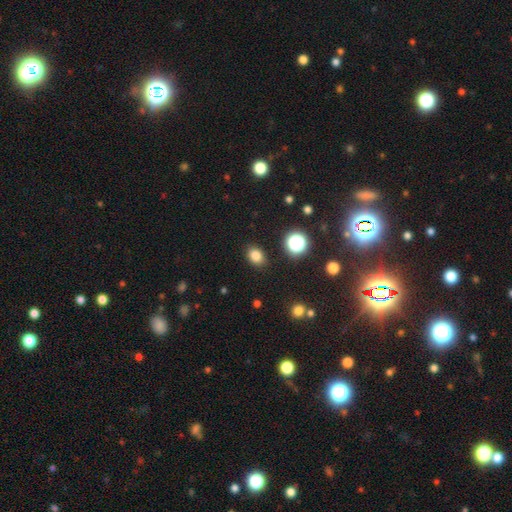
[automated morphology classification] This appears to be a smooth galaxy with no disk features (81%) that is in between round and cigar-shaped (60%). Merging: none (87%).